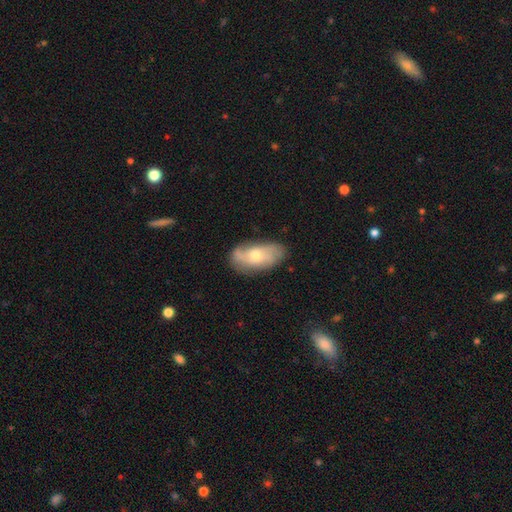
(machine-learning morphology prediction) featured or disk 57%, smooth 36%, star or artifact 7%. Down the decision tree: edge-on disk — no (91%); bar — no (70%); spiral arms — yes (80%); bulge size — moderate (58%); merging — none (70%).